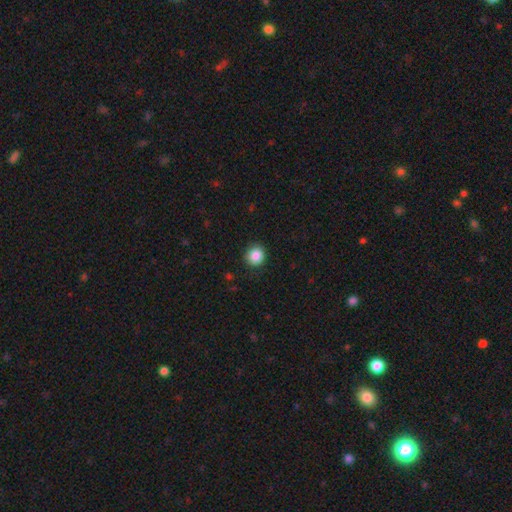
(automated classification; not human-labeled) Q: Smooth or featured?
A: smooth (87%); runner-up: star or artifact (10%)
Q: How rounded?
A: round (89%); runner-up: in between (10%)
Q: Merging?
A: none (89%); runner-up: minor disturbance (7%)